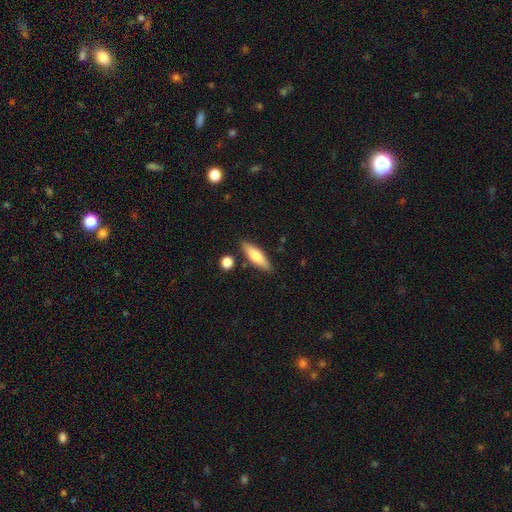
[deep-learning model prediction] smooth 70%, featured or disk 24%, star or artifact 6%. Down the decision tree: how rounded — cigar-shaped (51%); merging — none (82%).